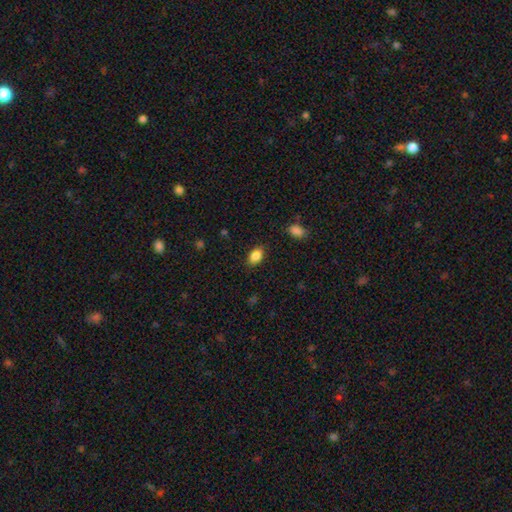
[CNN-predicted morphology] smooth 86%, star or artifact 9%, featured or disk 5%. Down the decision tree: how rounded — in between (85%); merging — none (85%).